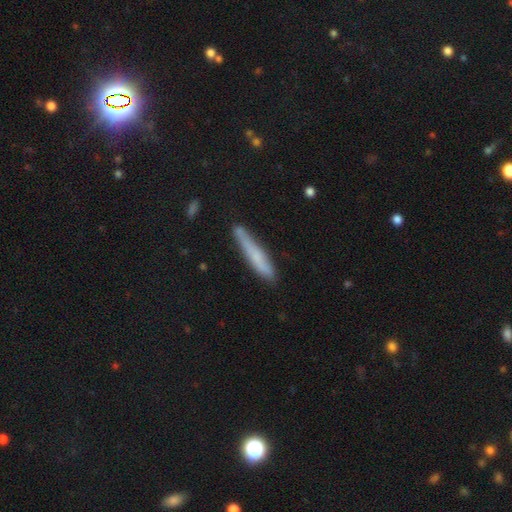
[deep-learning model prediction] Q: Smooth or featured?
A: smooth (65%); runner-up: featured or disk (27%)
Q: How rounded?
A: cigar-shaped (94%); runner-up: in between (5%)
Q: Merging?
A: none (74%); runner-up: minor disturbance (20%)